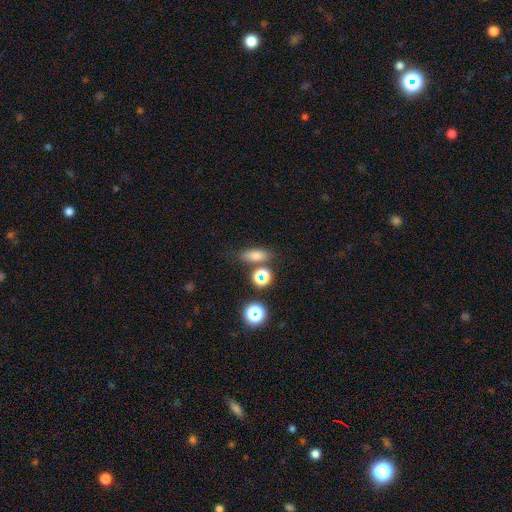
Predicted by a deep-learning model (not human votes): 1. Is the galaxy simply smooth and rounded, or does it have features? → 74% smooth, 17% star or artifact, 10% featured or disk.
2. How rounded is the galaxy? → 67% in between, 19% cigar-shaped, 14% round.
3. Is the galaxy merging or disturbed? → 74% none, 12% minor disturbance, 10% merger, 4% major disturbance.